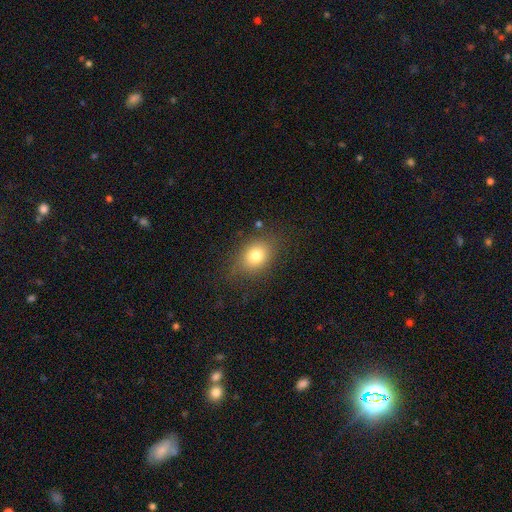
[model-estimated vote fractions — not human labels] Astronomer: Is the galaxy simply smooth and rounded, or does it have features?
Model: smooth — 77%.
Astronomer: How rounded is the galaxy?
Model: in between — 57% (runner-up: round, 41%).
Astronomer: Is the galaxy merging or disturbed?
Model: none — 77%.